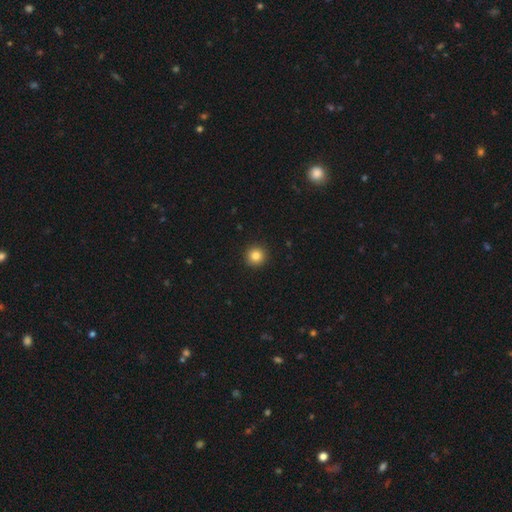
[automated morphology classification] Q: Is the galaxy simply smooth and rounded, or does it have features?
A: smooth — 84%.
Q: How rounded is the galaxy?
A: round — 95%.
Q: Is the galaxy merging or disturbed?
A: none — 93%.